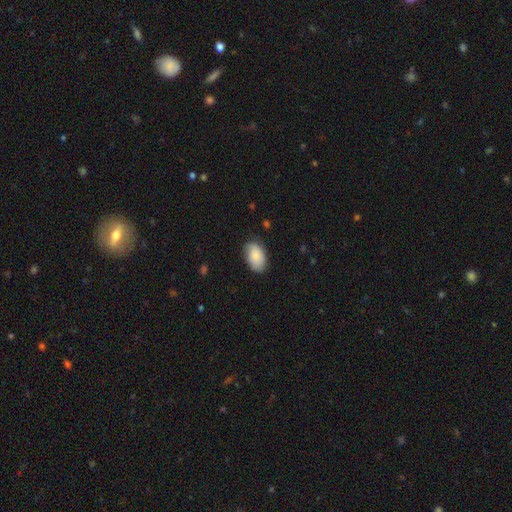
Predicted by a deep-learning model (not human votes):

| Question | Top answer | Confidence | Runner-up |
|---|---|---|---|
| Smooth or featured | smooth | 80% | featured or disk (13%) |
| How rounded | in between | 91% | round (8%) |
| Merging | none | 74% | minor disturbance (20%) |